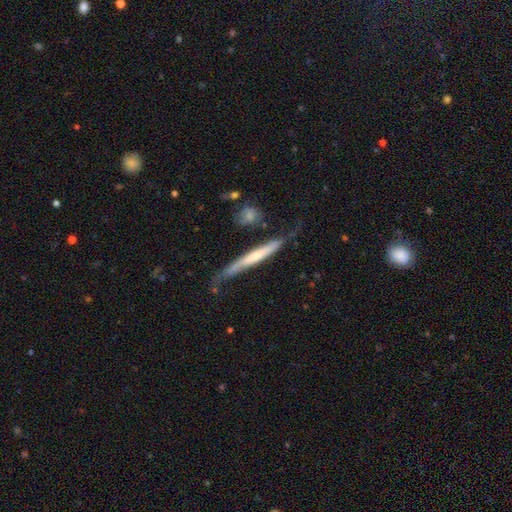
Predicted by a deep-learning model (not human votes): smooth-or-featured: featured or disk: 55% | smooth: 39% | star or artifact: 5%
  disk-edge-on: yes: 80% | no: 20%
  merging: none: 53% | minor disturbance: 29% | major disturbance: 13% | merger: 5%